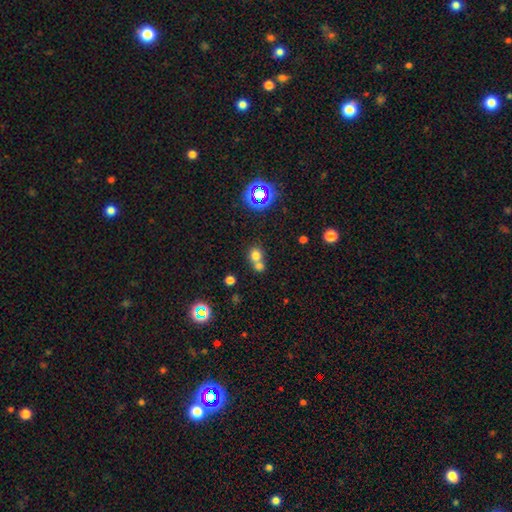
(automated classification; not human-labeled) The model was most divided on "merging": merger: 55%, none: 38%, minor disturbance: 5%, major disturbance: 3%. More confident: how rounded — round (80%); smooth or featured — smooth (71%).